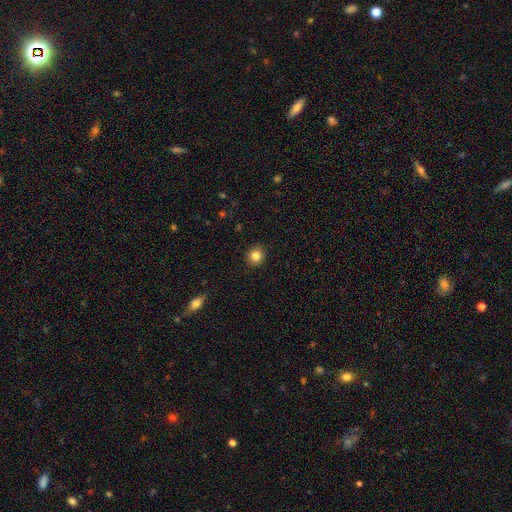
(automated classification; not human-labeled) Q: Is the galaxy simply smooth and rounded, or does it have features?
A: smooth — 84%.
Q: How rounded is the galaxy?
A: round — 82%.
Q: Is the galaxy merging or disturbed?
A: none — 91%.